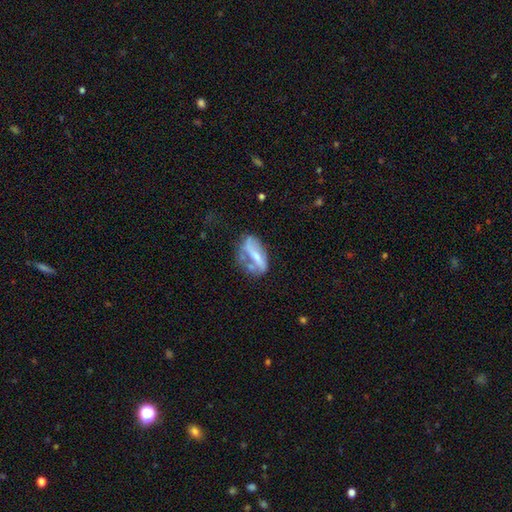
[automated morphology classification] This is possibly a featured or disk galaxy (56%). It is clearly not viewed edge-on (83%). Merging: marginally none (38%).